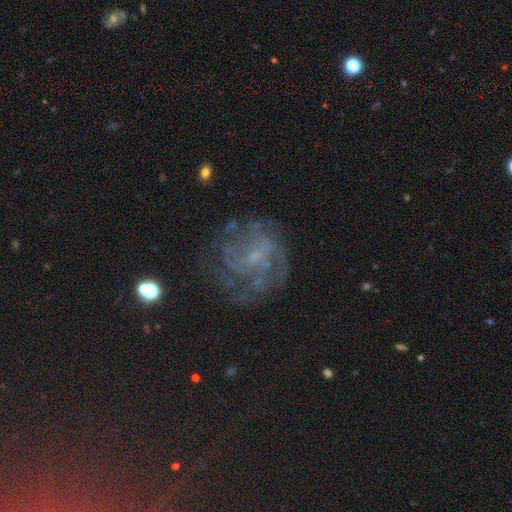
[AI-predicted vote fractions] smooth-or-featured: featured or disk: 69% | smooth: 16% | star or artifact: 15%
  disk-edge-on: no: 98% | yes: 2%
    bar: no: 54% | weak: 39% | strong: 7%
    has-spiral-arms: yes: 72% | no: 28%
    bulge-size: small: 62% | none: 23% | moderate: 13% | large: 1% | dominant: 1%
  merging: none: 62% | major disturbance: 18% | minor disturbance: 18% | merger: 2%